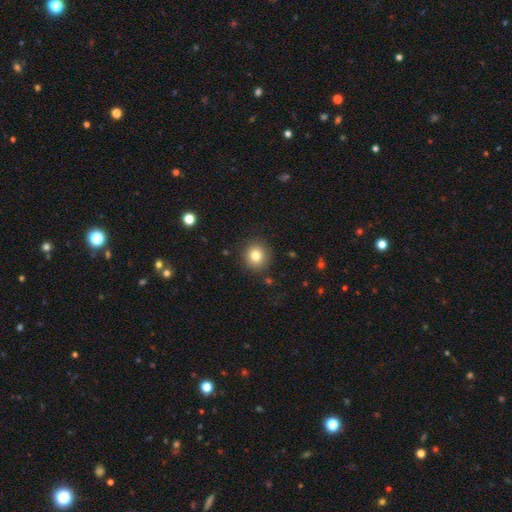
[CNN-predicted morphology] A smooth galaxy with no disk features (80%) that is round (91%). Merging: none (89%).